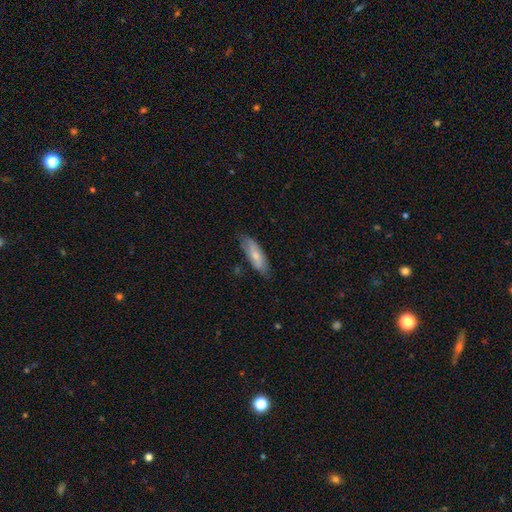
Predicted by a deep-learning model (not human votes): Morphology: type=smooth (63%); roundness=in between (59%); merging=none (75%).